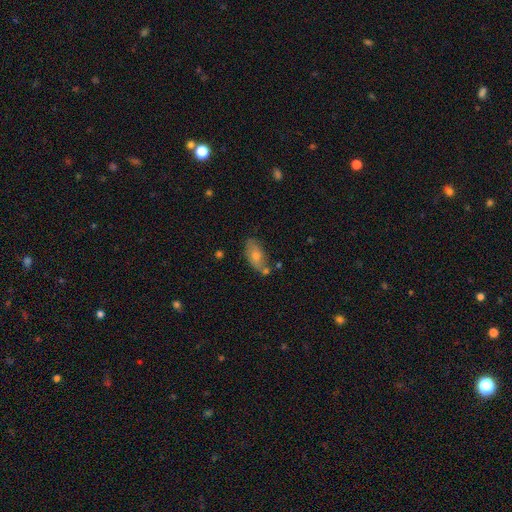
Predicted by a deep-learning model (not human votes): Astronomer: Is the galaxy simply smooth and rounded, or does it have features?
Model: smooth — 60%.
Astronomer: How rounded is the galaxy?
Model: in between — 87%.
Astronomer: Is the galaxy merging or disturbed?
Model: none — 64%.